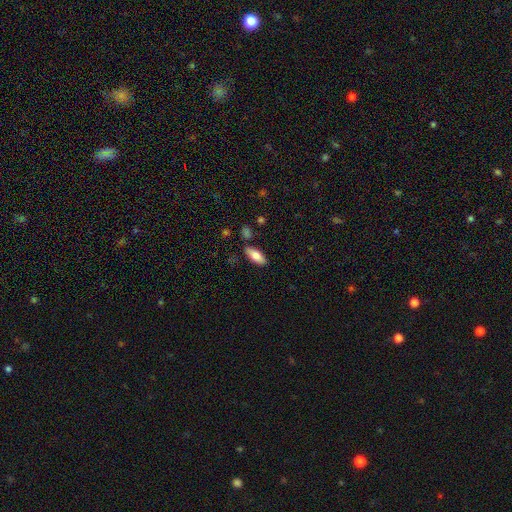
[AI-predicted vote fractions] A smooth galaxy with no disk features (76%) that is in between round and cigar-shaped (79%). Merging: none (82%).